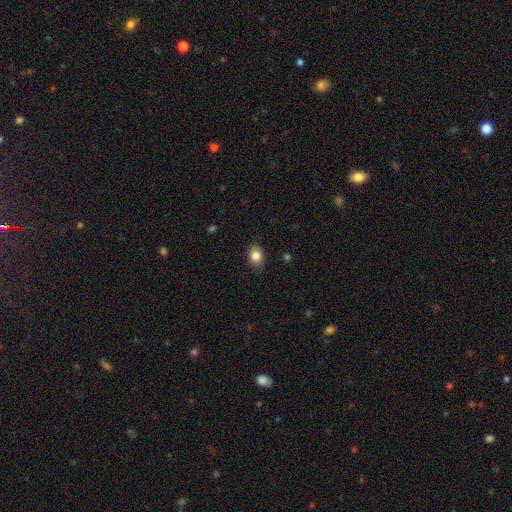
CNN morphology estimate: The model was most divided on "how rounded": in between: 70%, round: 29%, cigar-shaped: 1%. More confident: merging — none (85%); smooth or featured — smooth (84%).